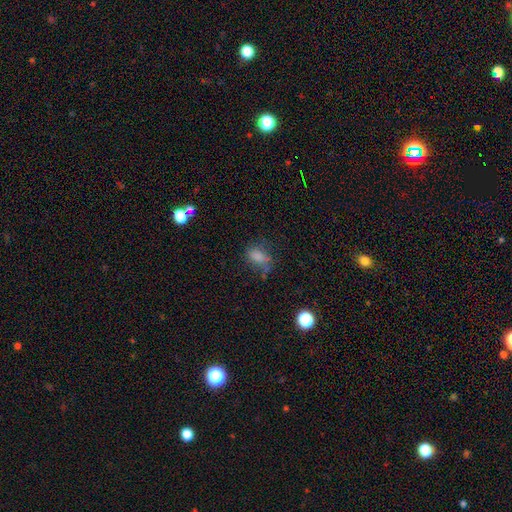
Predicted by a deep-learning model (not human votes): Overall: smooth (71%). How rounded: in between (78%). Merging: none (52%; minor disturbance 26%).